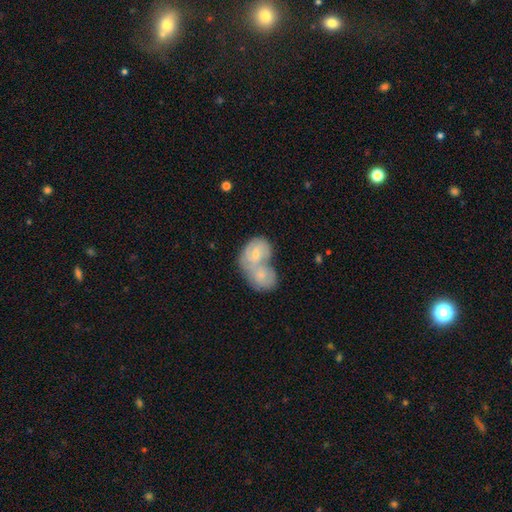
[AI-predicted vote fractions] The model was most divided on "smooth or featured": featured or disk: 55%, smooth: 37%, star or artifact: 7%. More confident: edge-on disk — no (96%); merging — merger (74%); spiral arms — yes (70%); bar — no (67%); bulge size — small (58%).